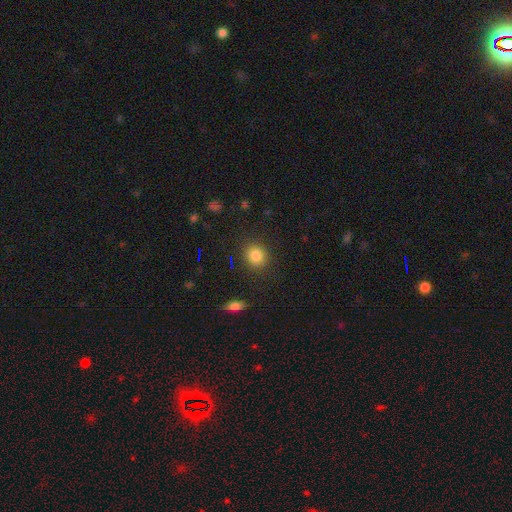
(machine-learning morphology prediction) smooth_or_featured: smooth (p=0.84) [alt: star or artifact p=0.11]
how_rounded: round (p=0.79) [alt: in between p=0.20]
merging: none (p=0.88) [alt: minor disturbance p=0.08]